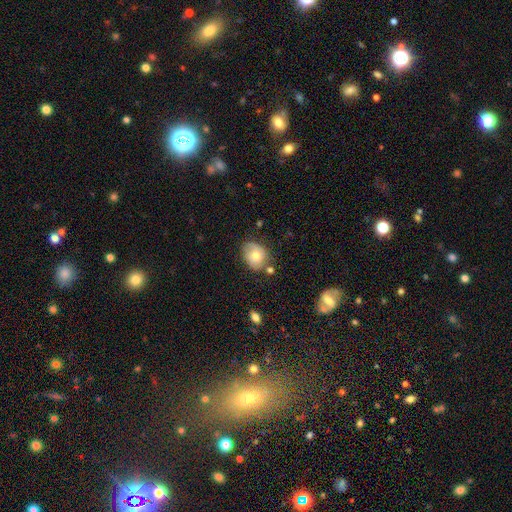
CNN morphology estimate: This appears to be a smooth galaxy with no disk features (65%) that is round (51%). Merging: none (60%).